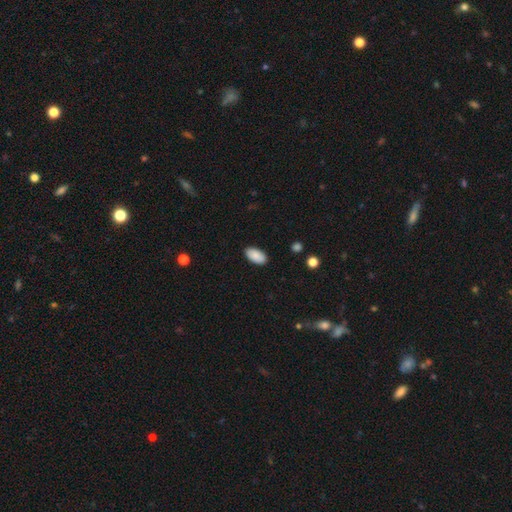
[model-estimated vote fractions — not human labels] Smooth or featured? Predicted: smooth (p=0.90). How rounded? Predicted: in between (p=0.95). Merging? Predicted: none (p=0.89).